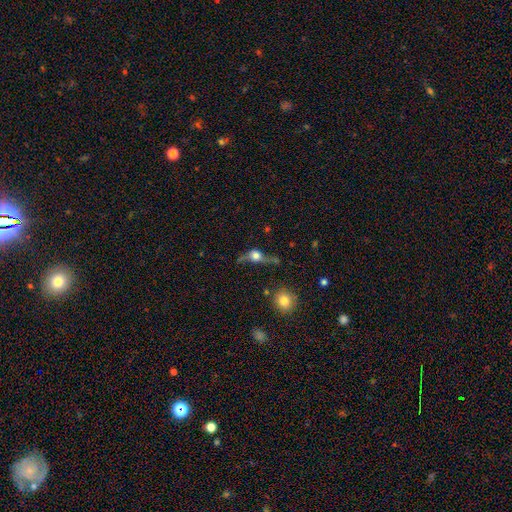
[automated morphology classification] The model was most divided on "smooth or featured": featured or disk: 47%, smooth: 39%, star or artifact: 14%. Remaining: merging — none (45%).